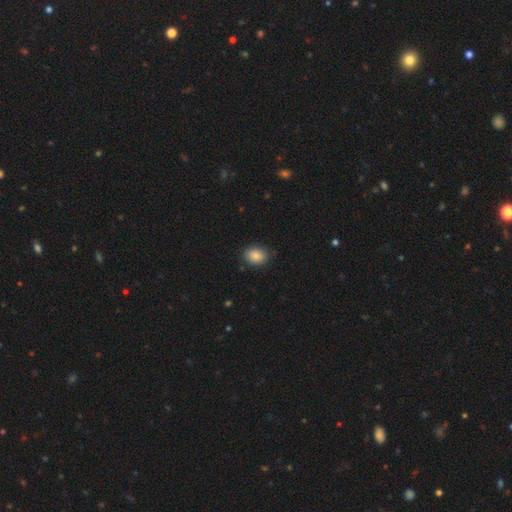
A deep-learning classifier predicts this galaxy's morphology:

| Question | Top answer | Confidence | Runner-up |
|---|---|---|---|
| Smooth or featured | smooth | 87% | star or artifact (8%) |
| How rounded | in between | 64% | round (35%) |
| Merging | none | 84% | minor disturbance (12%) |